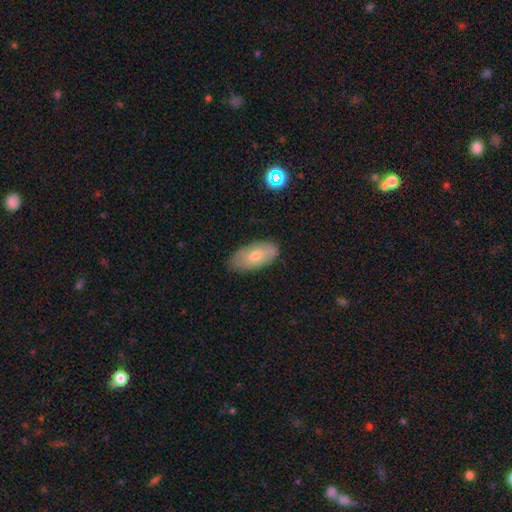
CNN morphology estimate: type=smooth (59%); roundness=in between (92%); merging=none (79%).